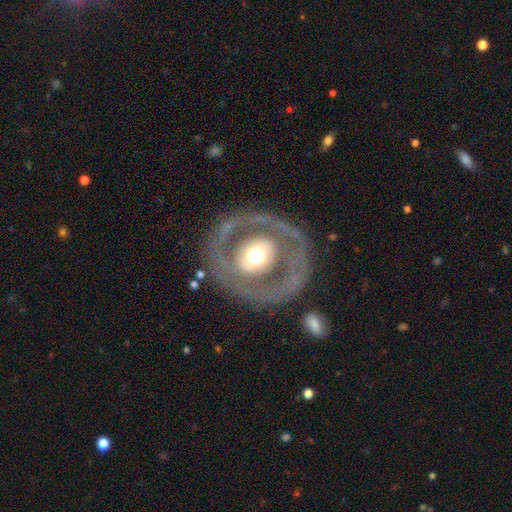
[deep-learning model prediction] Smooth or featured? Predicted: featured or disk (p=0.66). Edge-on disk? Predicted: no (p=0.95). Bar? Predicted: no (p=0.75). Spiral arms? Predicted: no (p=0.70). Bulge size? Predicted: moderate (p=0.55). Merging? Predicted: none (p=0.76).